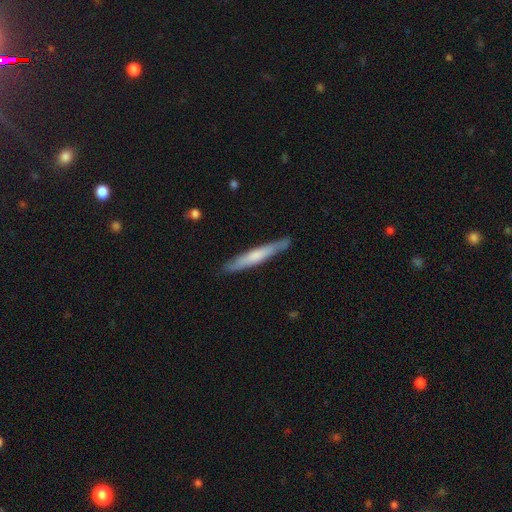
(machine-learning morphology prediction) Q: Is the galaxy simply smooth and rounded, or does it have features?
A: smooth — 55%.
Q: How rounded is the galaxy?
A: cigar-shaped — 94%.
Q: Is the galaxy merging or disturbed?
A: none — 86%.